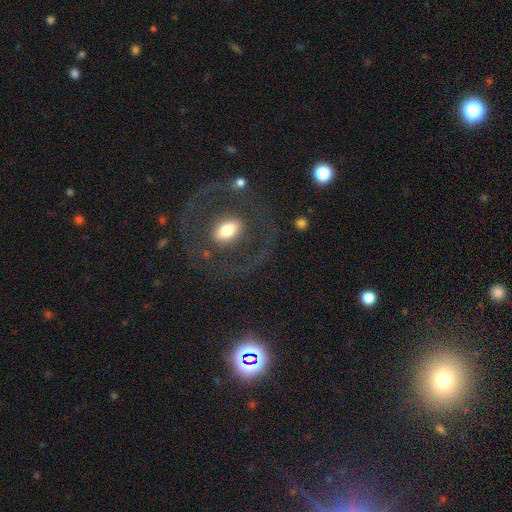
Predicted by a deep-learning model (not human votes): featured or disk 61%, smooth 25%, star or artifact 14%. Down the decision tree: edge-on disk — no (92%); bar — no (54%); spiral arms — no (66%); bulge size — moderate (59%); merging — none (80%).